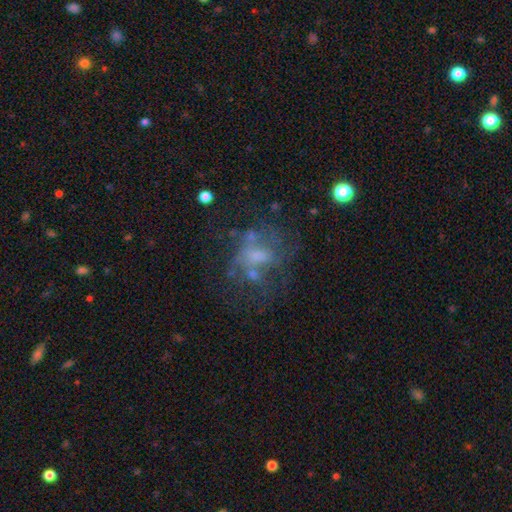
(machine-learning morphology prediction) smooth_or_featured: featured or disk (p=0.56) [alt: smooth p=0.27]
disk_edge_on: no (p=0.97) [alt: yes p=0.03]
bar: no (p=0.71) [alt: weak p=0.24]
has_spiral_arms: no (p=0.73) [alt: yes p=0.27]
bulge_size: none (p=0.33) [alt: moderate p=0.31]
merging: none (p=0.40) [alt: major disturbance p=0.32]